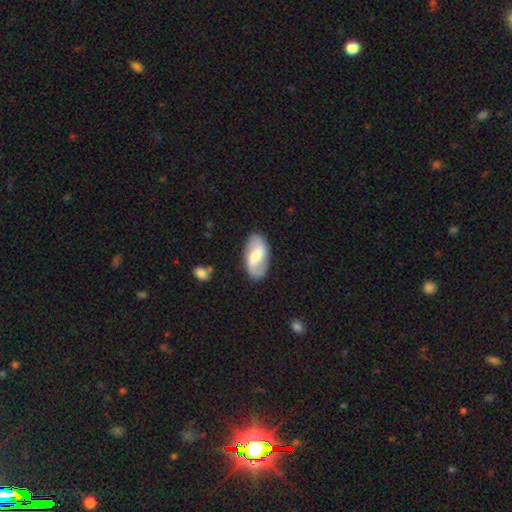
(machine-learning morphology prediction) A featured or disk galaxy (62%) with a weak bar (47%), 2 (89%) loose (59%) spiral arms (85%) and a moderate central bulge (43%).

Vote fractions:
- Smooth or featured? featured or disk: 62% / smooth: 32% / star or artifact: 6%
- Edge-on disk? no: 95% / yes: 5%
- Bar? weak: 47% / strong: 34% / no: 19%
- Spiral arms? yes: 85% / no: 15%
- Spiral winding? loose: 59% / medium: 29% / tight: 11%
- Spiral arm count? 2: 89% / can't tell: 6% / 1: 3% / 3: 1% / 4: 1% / more than 4: 1%
- Bulge size? moderate: 43% / small: 25% / large: 19% / none: 10% / dominant: 3%
- Merging? none: 83% / minor disturbance: 12% / major disturbance: 4% / merger: 2%